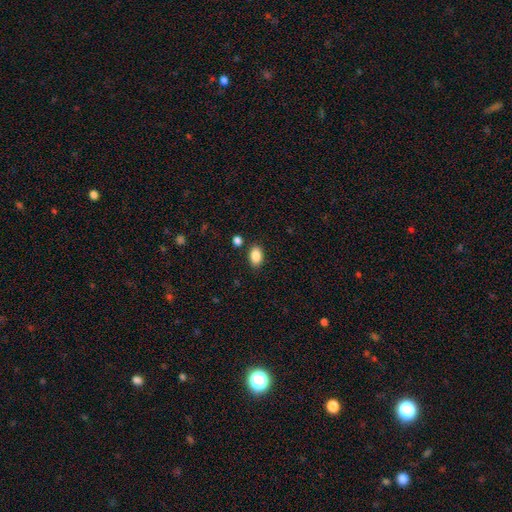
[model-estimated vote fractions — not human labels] A smooth galaxy with no disk features (88%) that is in between round and cigar-shaped (88%). Merging: none (84%).